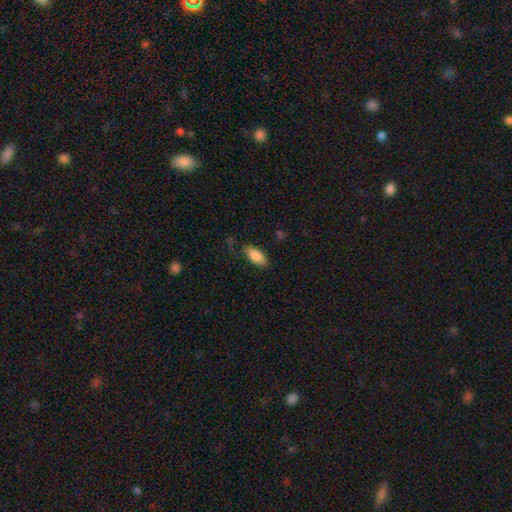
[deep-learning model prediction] smooth-or-featured: smooth: 86% | featured or disk: 7% | star or artifact: 7%
  how-rounded: in between: 88% | cigar-shaped: 10% | round: 2%
  merging: none: 77% | minor disturbance: 17% | major disturbance: 5% | merger: 2%